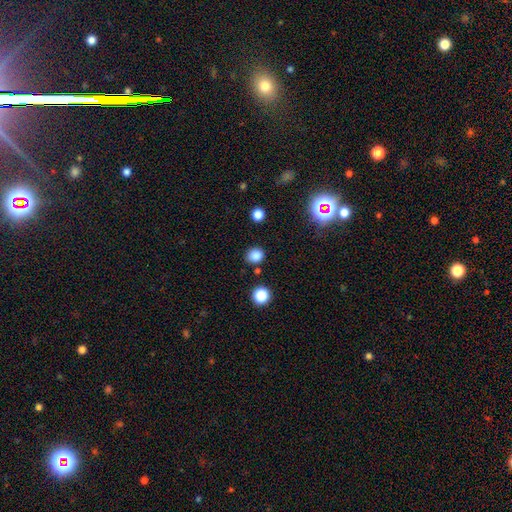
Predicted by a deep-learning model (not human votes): Q: Smooth or featured?
A: smooth (82%); runner-up: star or artifact (14%)
Q: How rounded?
A: round (78%); runner-up: in between (21%)
Q: Merging?
A: none (82%); runner-up: minor disturbance (10%)